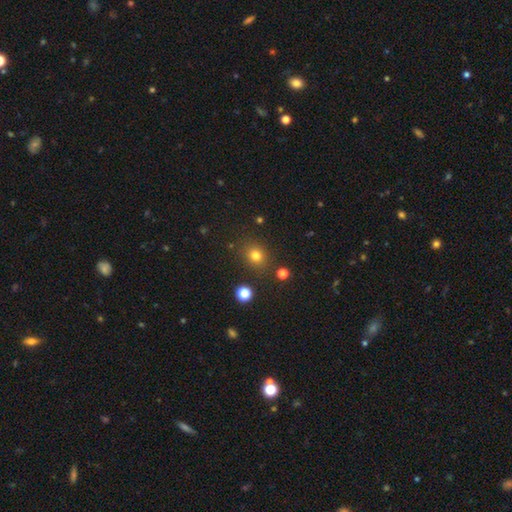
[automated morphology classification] The model was most divided on "how rounded": round: 74%, in between: 26%, cigar-shaped: 1%. More confident: merging — none (84%); smooth or featured — smooth (77%).